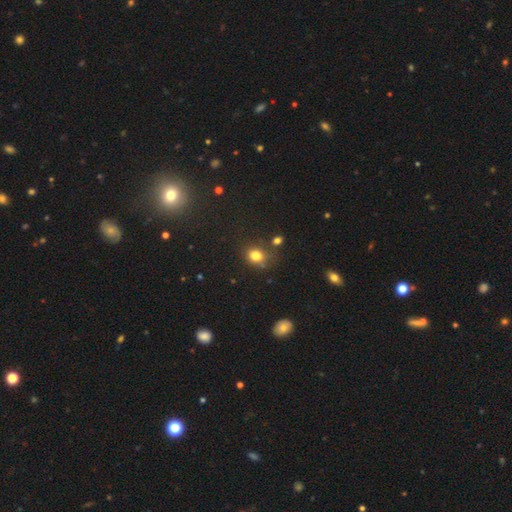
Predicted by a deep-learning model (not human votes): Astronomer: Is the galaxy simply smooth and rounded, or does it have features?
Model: smooth — 79%.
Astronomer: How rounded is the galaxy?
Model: round — 55% (runner-up: in between, 43%).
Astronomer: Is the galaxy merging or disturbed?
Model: none — 63%.